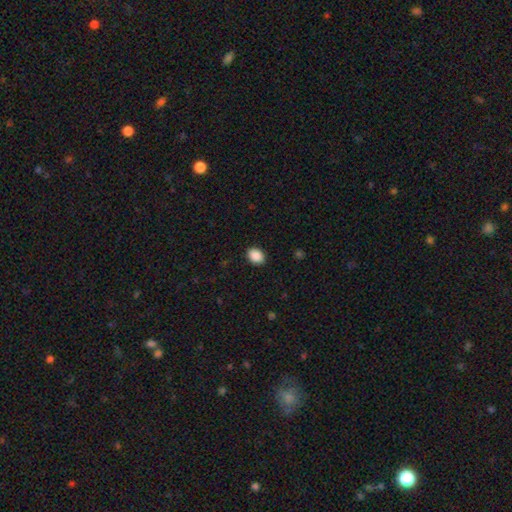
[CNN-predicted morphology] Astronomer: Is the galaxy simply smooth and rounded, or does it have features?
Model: smooth — 90%.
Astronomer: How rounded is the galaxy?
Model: in between — 68%.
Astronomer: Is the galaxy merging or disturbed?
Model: none — 89%.